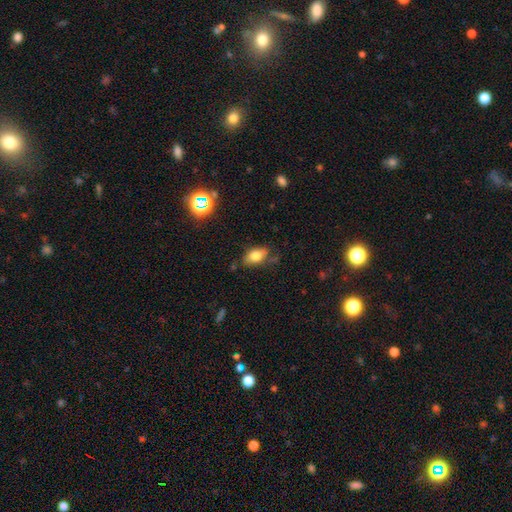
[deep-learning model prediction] smooth 76%, featured or disk 14%, star or artifact 10%. Down the decision tree: how rounded — in between (87%); merging — none (68%).